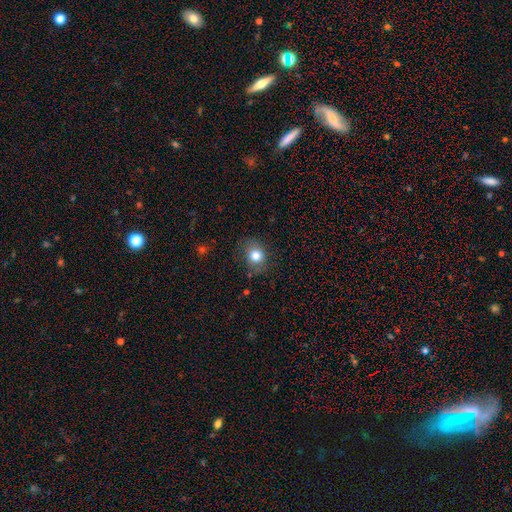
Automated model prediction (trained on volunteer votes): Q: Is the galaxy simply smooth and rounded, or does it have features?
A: smooth — 80%.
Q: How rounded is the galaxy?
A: round — 69%.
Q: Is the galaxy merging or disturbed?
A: none — 76%.